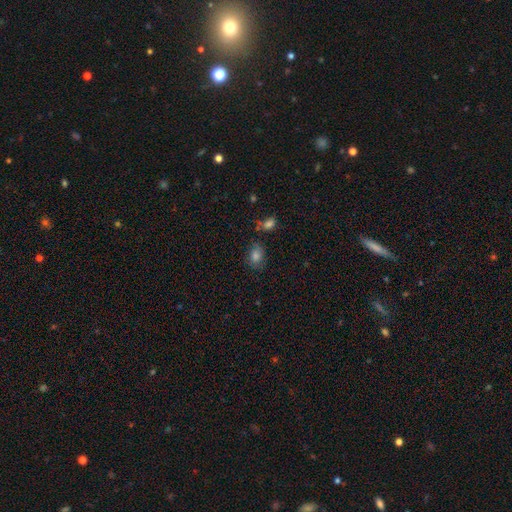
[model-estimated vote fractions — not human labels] A smooth galaxy with no disk features (77%) that is in between round and cigar-shaped (63%).

Vote fractions:
- Smooth or featured? smooth: 77% / star or artifact: 13% / featured or disk: 10%
- How rounded? in between: 63% / round: 36% / cigar-shaped: 1%
- Merging? none: 70% / minor disturbance: 19% / major disturbance: 5% / merger: 5%